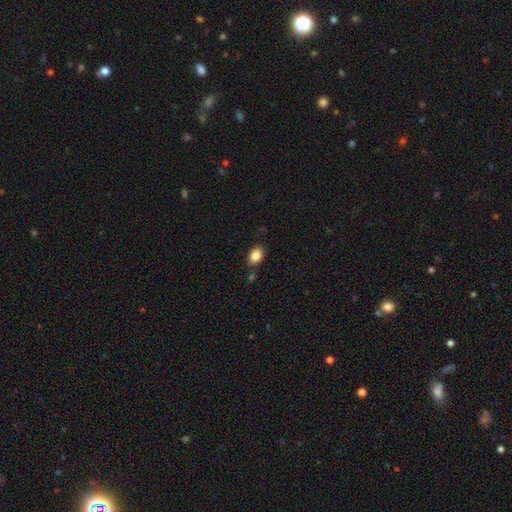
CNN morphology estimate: This appears to be a smooth galaxy with no disk features (85%) that is in between round and cigar-shaped (77%). Merging: none (79%).